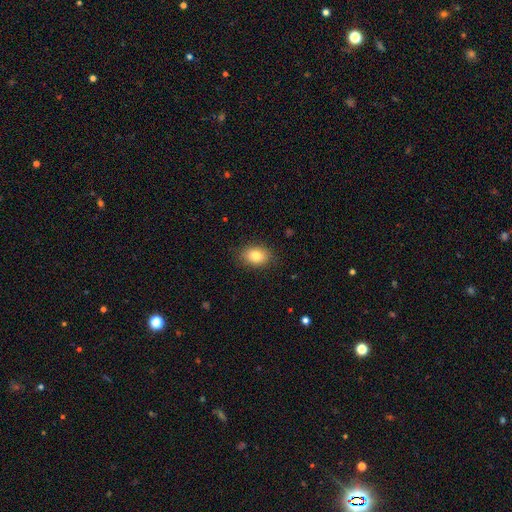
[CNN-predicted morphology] Smooth or featured?
  - smooth: 81% *
  - featured or disk: 9%
  - star or artifact: 9%
How rounded?
  - in between: 72% *
  - round: 26%
  - cigar-shaped: 1%
Merging?
  - none: 86% *
  - minor disturbance: 10%
  - major disturbance: 3%
  - merger: 1%